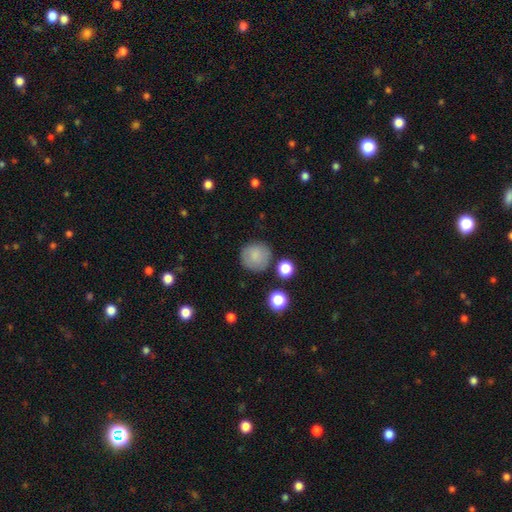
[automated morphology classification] A smooth galaxy with no disk features (81%) that is round (93%). Merging: none (81%).